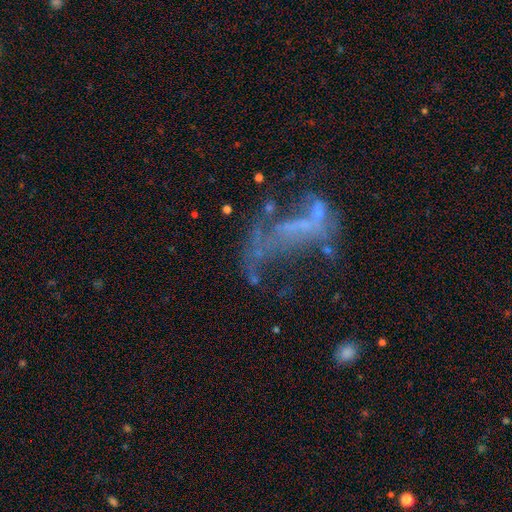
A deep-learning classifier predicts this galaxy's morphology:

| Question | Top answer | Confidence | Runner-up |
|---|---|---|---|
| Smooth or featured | featured or disk | 57% | star or artifact (24%) |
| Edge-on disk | no | 94% | yes (6%) |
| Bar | no | 78% | weak (13%) |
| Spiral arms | no | 84% | yes (16%) |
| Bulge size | none | 77% | small (15%) |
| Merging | major disturbance | 43% | none (25%) |